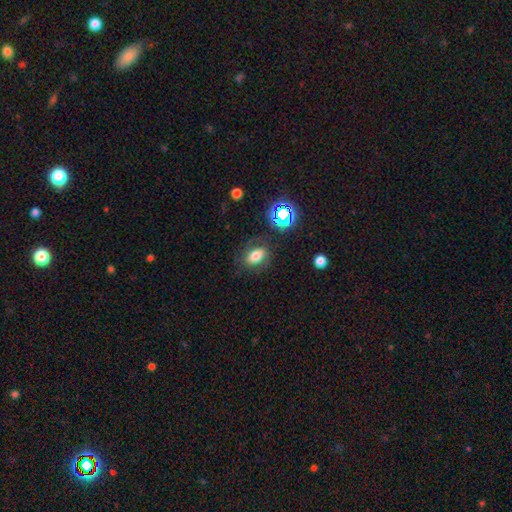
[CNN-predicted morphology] A smooth galaxy with no disk features (63%) that is in between round and cigar-shaped (80%).

Vote fractions:
- Smooth or featured? smooth: 63% / featured or disk: 21% / star or artifact: 16%
- How rounded? in between: 80% / round: 17% / cigar-shaped: 3%
- Merging? none: 75% / minor disturbance: 15% / major disturbance: 7% / merger: 2%